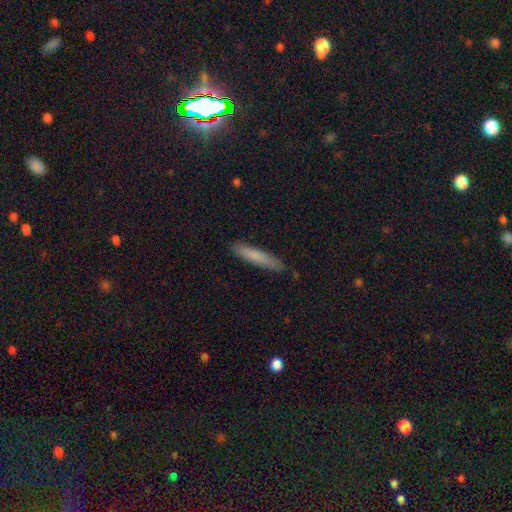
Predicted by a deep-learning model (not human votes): The model was most divided on "smooth or featured": smooth: 78%, featured or disk: 16%, star or artifact: 6%. More confident: how rounded — cigar-shaped (91%); merging — none (85%).